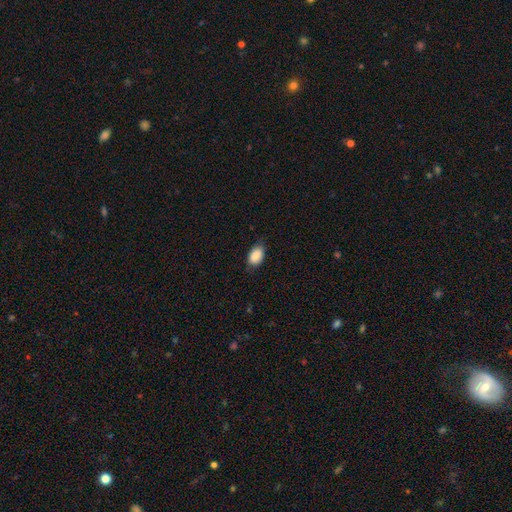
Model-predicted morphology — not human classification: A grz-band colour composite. It shows a smooth galaxy with no disk features (88%) that is in between round and cigar-shaped (90%). Merging: none (76%).